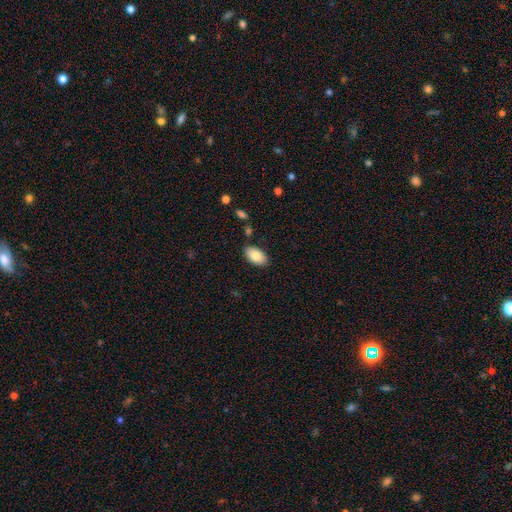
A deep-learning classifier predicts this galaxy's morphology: smooth 83%, featured or disk 11%, star or artifact 7%. Down the decision tree: how rounded — in between (94%); merging — none (85%).